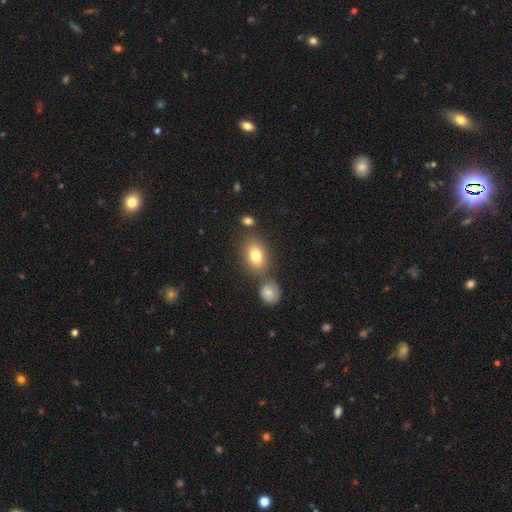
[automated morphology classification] smooth-or-featured: smooth: 78% | featured or disk: 12% | star or artifact: 10%
  how-rounded: in between: 75% | round: 23% | cigar-shaped: 2%
  merging: none: 65% | merger: 17% | minor disturbance: 13% | major disturbance: 5%